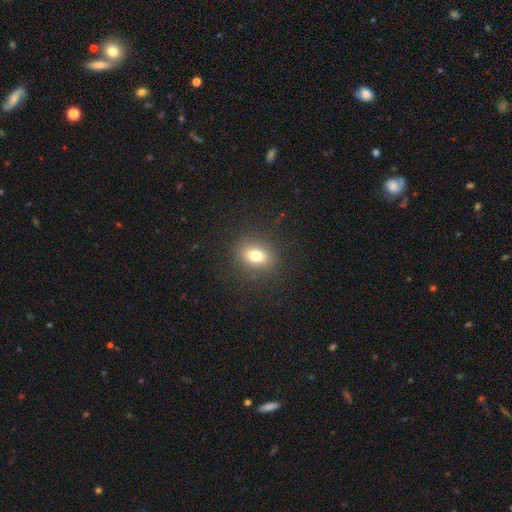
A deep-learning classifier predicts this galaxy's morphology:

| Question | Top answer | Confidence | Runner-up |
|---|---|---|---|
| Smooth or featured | smooth | 75% | featured or disk (13%) |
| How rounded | in between | 59% | round (39%) |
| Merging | none | 87% | minor disturbance (8%) |